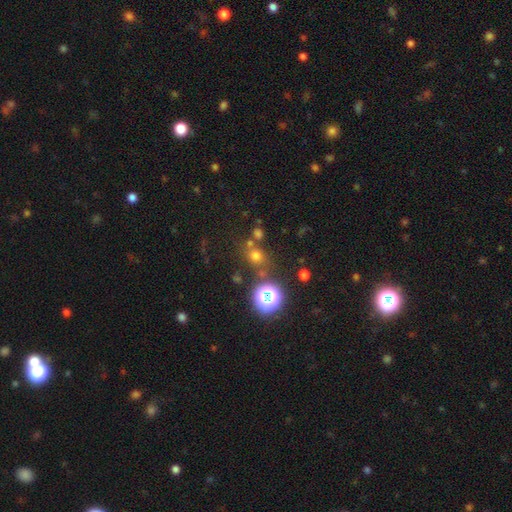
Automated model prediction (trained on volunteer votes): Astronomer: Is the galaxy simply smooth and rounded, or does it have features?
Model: smooth — 62%.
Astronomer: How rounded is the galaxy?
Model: round — 79%.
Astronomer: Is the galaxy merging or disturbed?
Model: none — 70%.